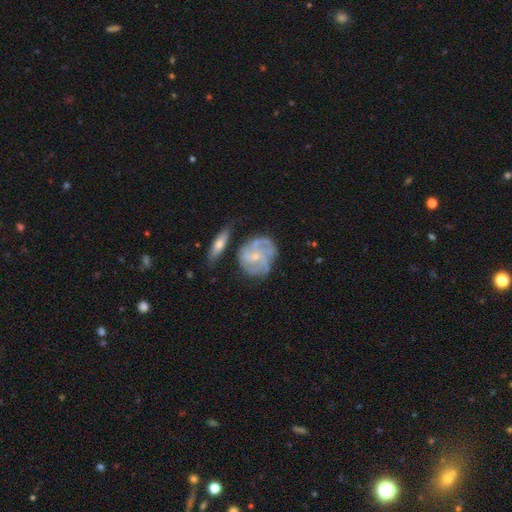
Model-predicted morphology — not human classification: The model was most divided on "spiral arm count" (2-way tie): 3: 27%, 4: 27%, can't tell: 24%, 2: 10%, more than 4: 6%, 1: 5%. More confident: edge-on disk — no (97%); spiral arms — yes (94%); smooth or featured — featured or disk (82%); bulge size — small (74%); bar — no (67%); merging — none (63%); spiral winding — tight (56%).